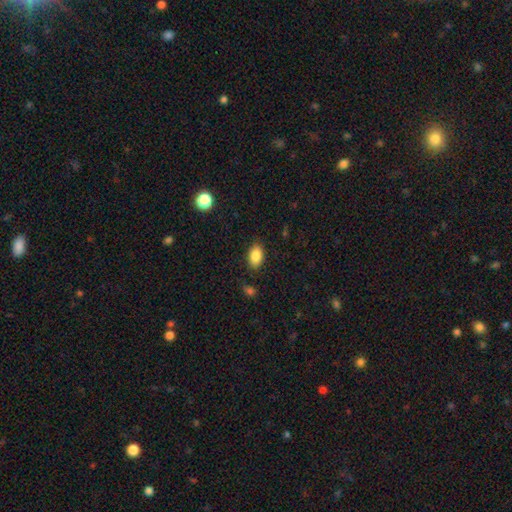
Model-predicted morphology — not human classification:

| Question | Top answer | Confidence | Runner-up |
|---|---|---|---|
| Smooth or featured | smooth | 86% | star or artifact (8%) |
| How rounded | in between | 90% | round (8%) |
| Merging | none | 85% | minor disturbance (11%) |